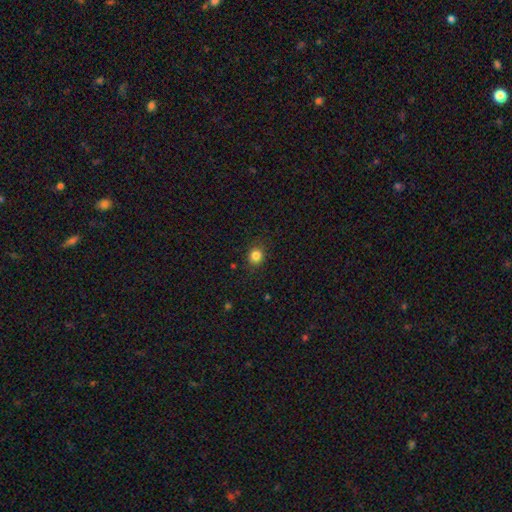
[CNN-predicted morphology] smooth 84%, star or artifact 11%, featured or disk 4%. Down the decision tree: how rounded — round (83%); merging — none (87%).